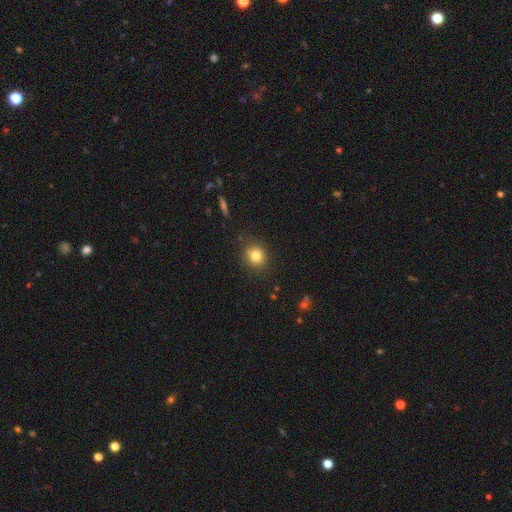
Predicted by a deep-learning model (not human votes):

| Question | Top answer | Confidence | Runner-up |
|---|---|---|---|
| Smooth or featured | smooth | 80% | star or artifact (12%) |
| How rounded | round | 86% | in between (13%) |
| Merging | none | 88% | minor disturbance (8%) |